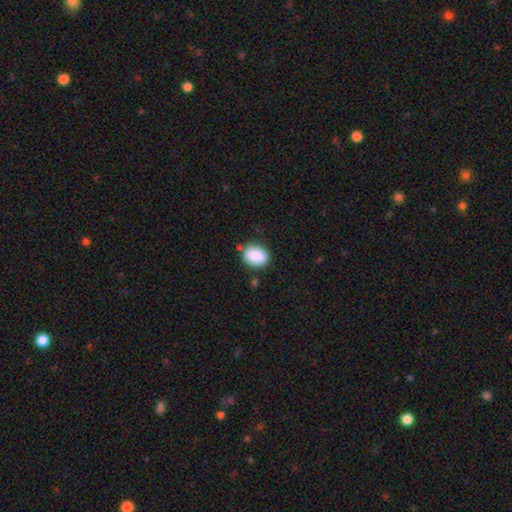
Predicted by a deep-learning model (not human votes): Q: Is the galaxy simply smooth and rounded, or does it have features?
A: smooth — 87%.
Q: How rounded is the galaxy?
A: in between — 67%.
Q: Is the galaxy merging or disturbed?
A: none — 77%.